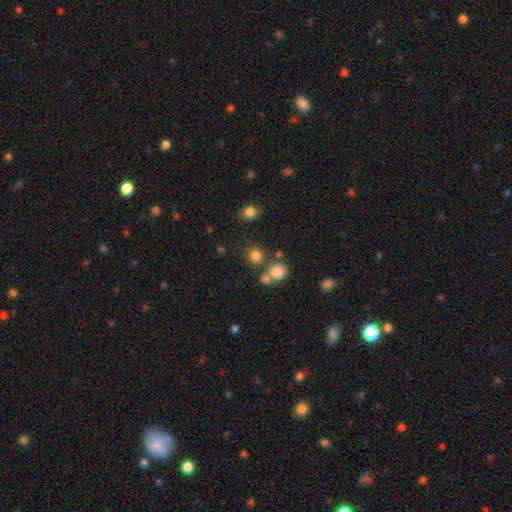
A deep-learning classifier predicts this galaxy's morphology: smooth_or_featured: smooth (p=0.79) [alt: star or artifact p=0.14]
how_rounded: round (p=0.82) [alt: in between p=0.17]
merging: none (p=0.65) [alt: merger p=0.22]